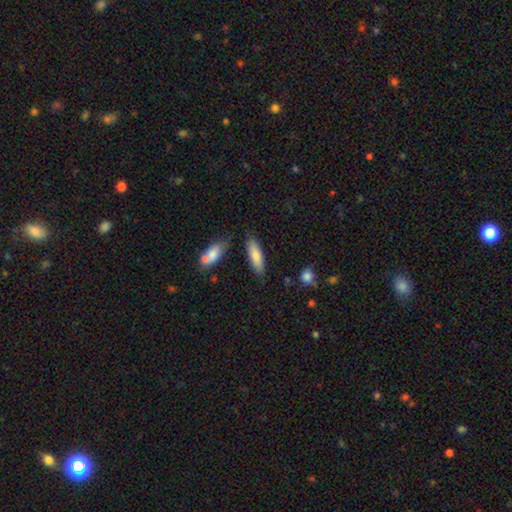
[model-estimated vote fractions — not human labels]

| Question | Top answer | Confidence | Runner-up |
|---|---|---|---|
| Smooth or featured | smooth | 79% | featured or disk (15%) |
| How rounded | in between | 51% | cigar-shaped (47%) |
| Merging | none | 77% | minor disturbance (14%) |